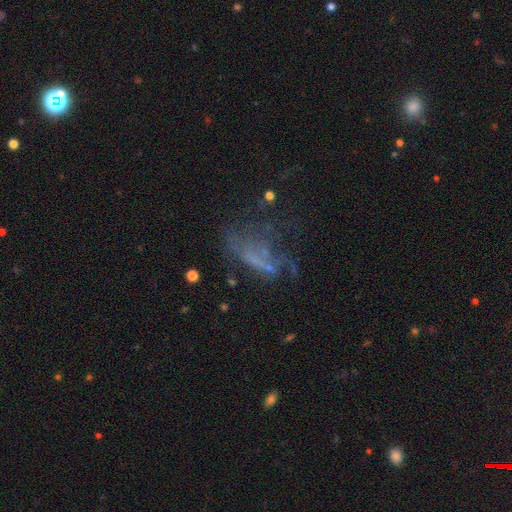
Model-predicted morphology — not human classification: Smooth or featured? featured or disk (45%)
Merging? major disturbance (43%)